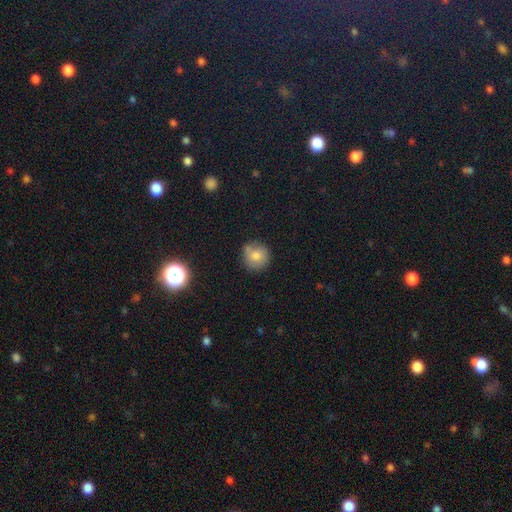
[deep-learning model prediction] Overall: smooth (77%). How rounded: round (92%). Merging: none (72%).